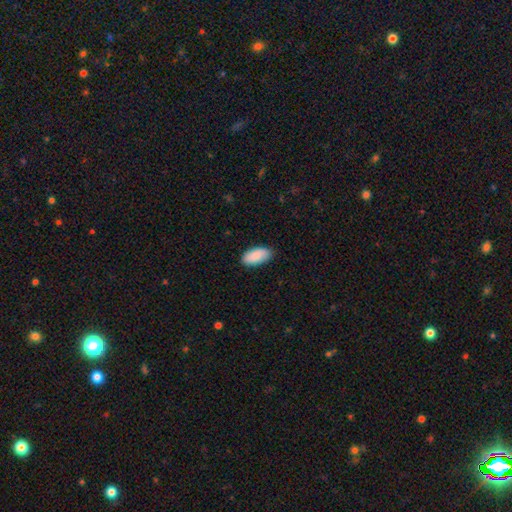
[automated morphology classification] smooth_or_featured: smooth (p=0.90) [alt: star or artifact p=0.06]
how_rounded: in between (p=0.94) [alt: cigar-shaped p=0.05]
merging: none (p=0.86) [alt: minor disturbance p=0.11]